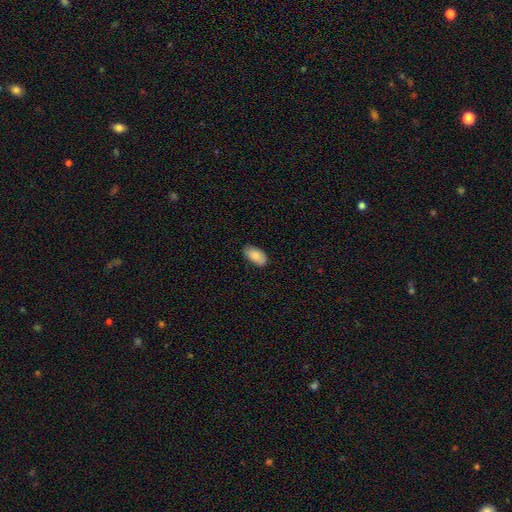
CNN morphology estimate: Smooth or featured? smooth (85%)
How rounded? in between (95%)
Merging? none (79%)